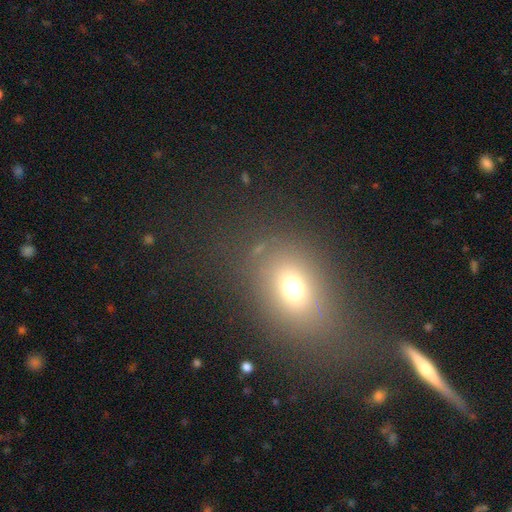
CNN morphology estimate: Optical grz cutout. It shows a smooth galaxy with no disk features (62%) that is in between round and cigar-shaped (58%). Merging: none (69%).